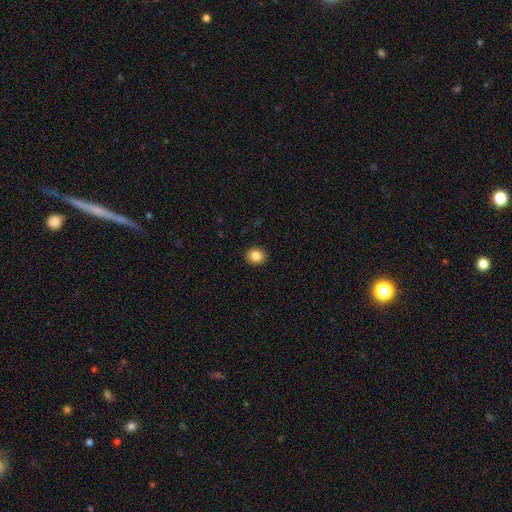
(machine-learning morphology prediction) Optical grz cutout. It shows a smooth galaxy with no disk features (85%) that is round (86%). Merging: none (93%).